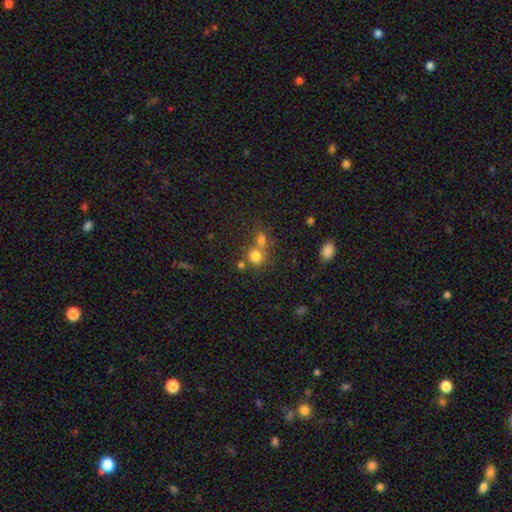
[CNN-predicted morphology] smooth_or_featured: smooth (p=0.75) [alt: star or artifact p=0.15]
how_rounded: round (p=0.81) [alt: in between p=0.18]
merging: merger (p=0.45) [alt: none p=0.43]